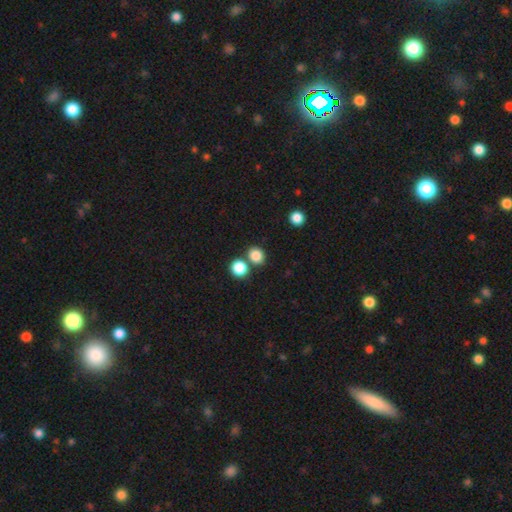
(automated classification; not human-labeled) Smooth or featured? smooth (84%)
How rounded? round (73%)
Merging? none (68%)